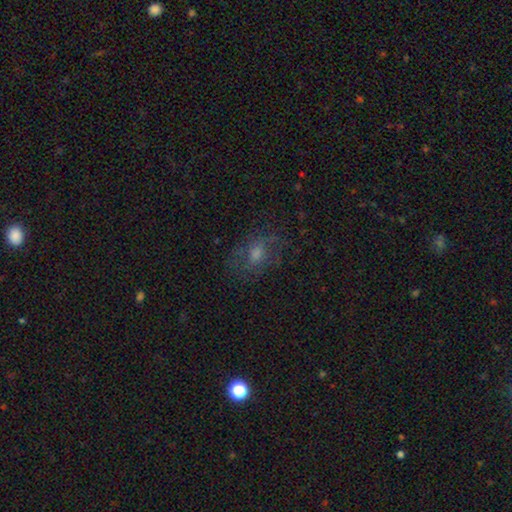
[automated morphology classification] smooth_or_featured: smooth (p=0.47) [alt: featured or disk p=0.36]
merging: none (p=0.63) [alt: minor disturbance p=0.19]